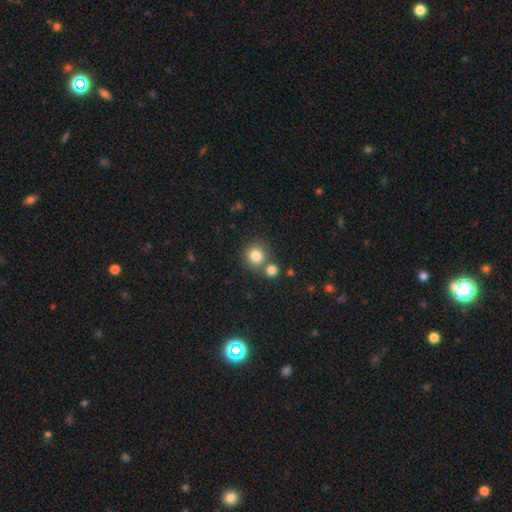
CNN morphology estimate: Overall: smooth (82%). How rounded: round (90%). Merging: none (68%).